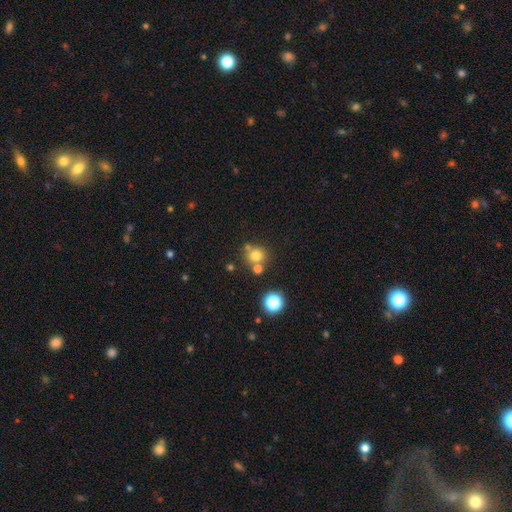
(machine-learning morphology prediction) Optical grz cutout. It shows a smooth galaxy with no disk features (73%) that is round (86%). Merging: none (63%).